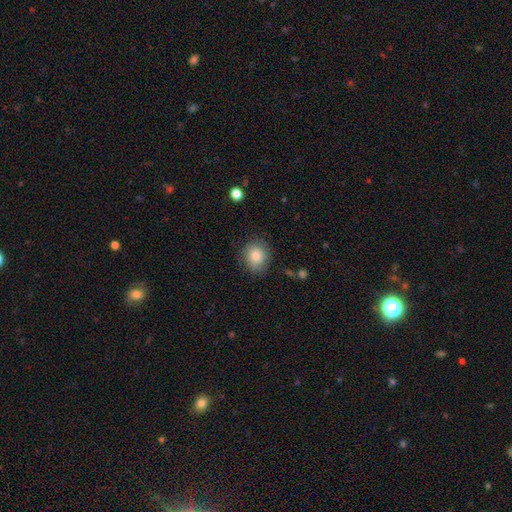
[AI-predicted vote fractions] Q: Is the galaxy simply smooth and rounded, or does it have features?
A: smooth — 84%.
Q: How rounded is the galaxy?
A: round — 79%.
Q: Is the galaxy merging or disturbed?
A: none — 83%.